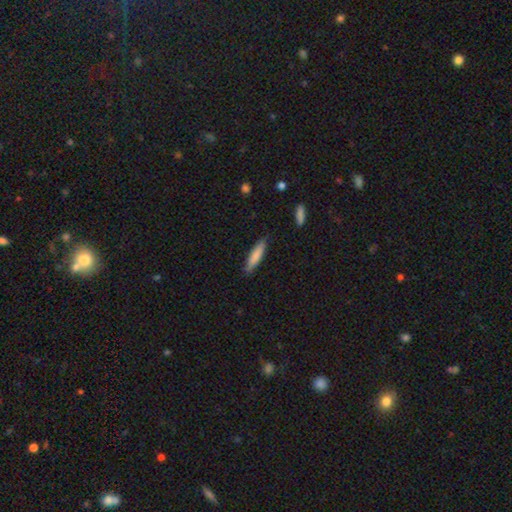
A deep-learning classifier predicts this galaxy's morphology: type=smooth (81%); roundness=cigar-shaped (79%); merging=none (85%).